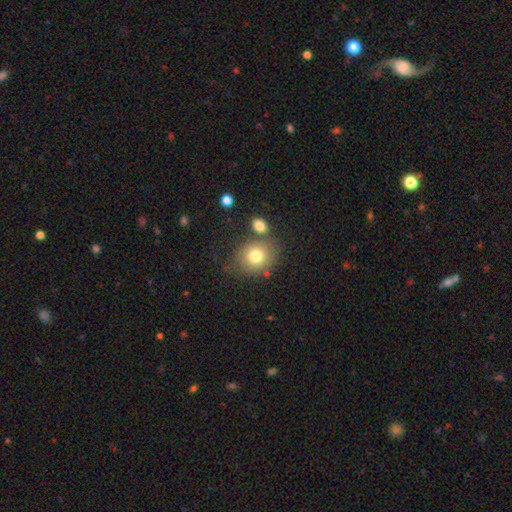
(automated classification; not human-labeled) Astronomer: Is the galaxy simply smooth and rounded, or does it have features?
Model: smooth — 77%.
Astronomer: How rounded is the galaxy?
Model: round — 66%.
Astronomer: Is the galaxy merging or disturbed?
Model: none — 62%.